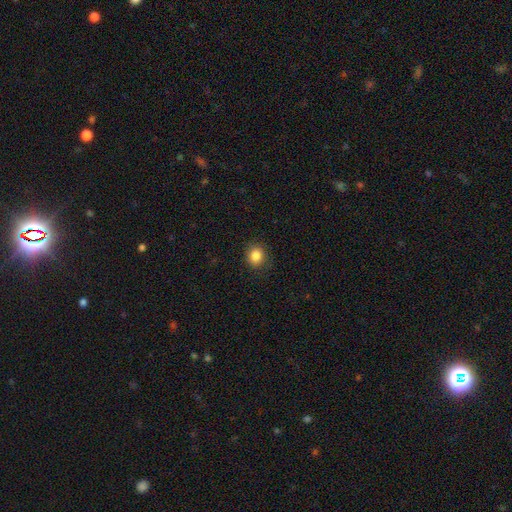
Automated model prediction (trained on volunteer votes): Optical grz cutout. It shows a smooth galaxy with no disk features (85%) that is round (76%). Merging: none (87%).